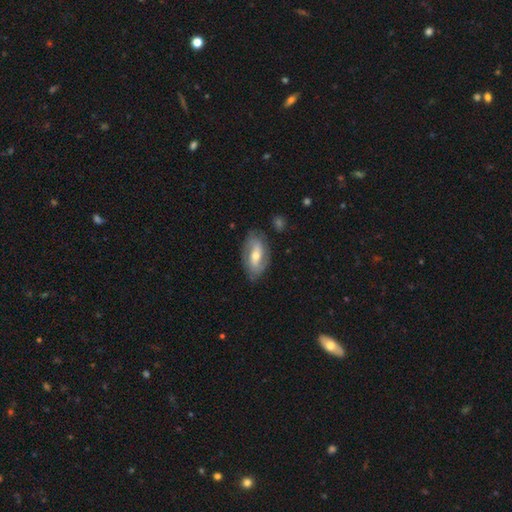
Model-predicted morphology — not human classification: This appears to be a featured or disk galaxy (63%) with a weak bar (38%), spiral arms (74%) and a moderate central bulge (64%). Merging: none (78%).